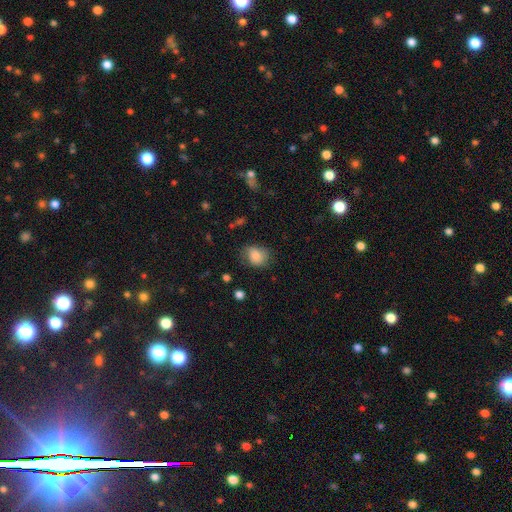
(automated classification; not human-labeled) Smooth or featured? Predicted: smooth (p=0.80). How rounded? Predicted: round (p=0.56). Merging? Predicted: none (p=0.67).